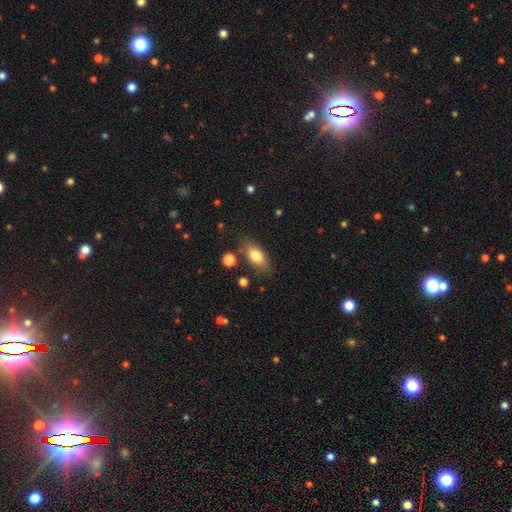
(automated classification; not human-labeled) This appears to be a smooth galaxy with no disk features (78%) that is in between round and cigar-shaped (84%). Merging: none (78%).